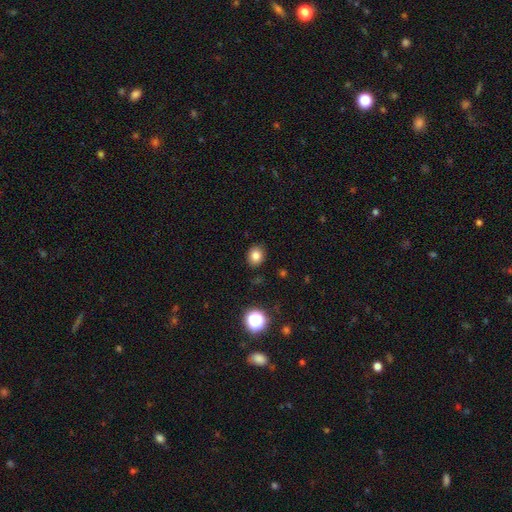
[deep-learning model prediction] A smooth galaxy with no disk features (82%) that is round (66%).

Vote fractions:
- Smooth or featured? smooth: 82% / star or artifact: 13% / featured or disk: 6%
- How rounded? round: 66% / in between: 33% / cigar-shaped: 1%
- Merging? none: 88% / minor disturbance: 8% / major disturbance: 2% / merger: 1%